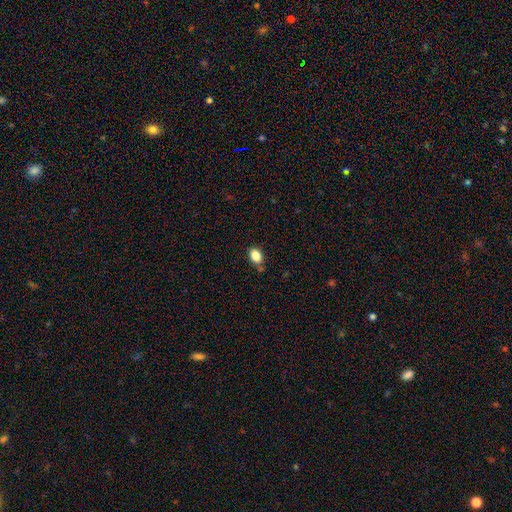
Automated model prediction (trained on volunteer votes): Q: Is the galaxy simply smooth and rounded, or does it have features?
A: smooth — 85%.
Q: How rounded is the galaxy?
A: in between — 81%.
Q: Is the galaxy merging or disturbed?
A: none — 74%.